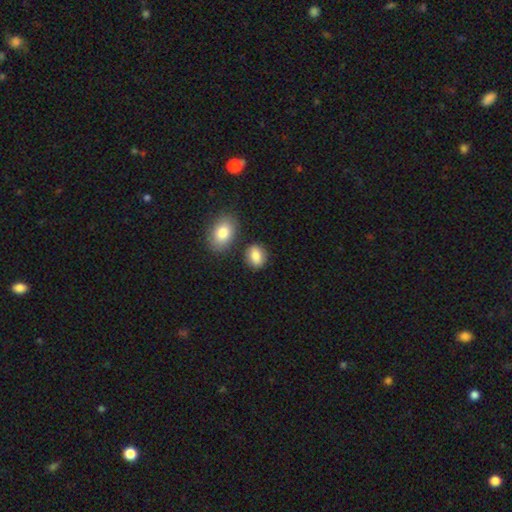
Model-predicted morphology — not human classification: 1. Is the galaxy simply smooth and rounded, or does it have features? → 84% smooth, 8% featured or disk, 7% star or artifact.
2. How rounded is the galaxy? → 64% in between, 35% round, 2% cigar-shaped.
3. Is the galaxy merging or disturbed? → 78% none, 12% minor disturbance, 7% merger, 3% major disturbance.